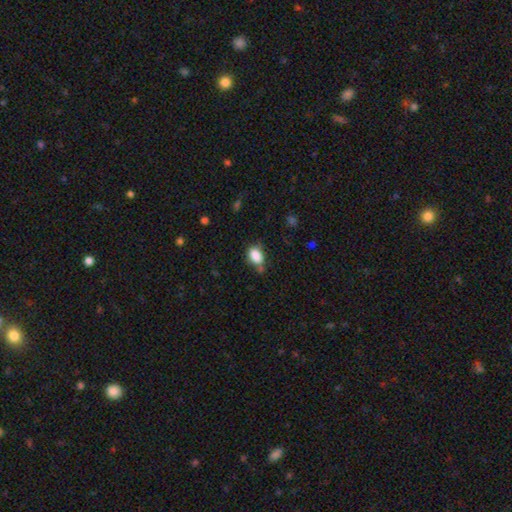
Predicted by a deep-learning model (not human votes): Smooth or featured? Predicted: smooth (p=0.86). How rounded? Predicted: in between (p=0.79). Merging? Predicted: none (p=0.61).